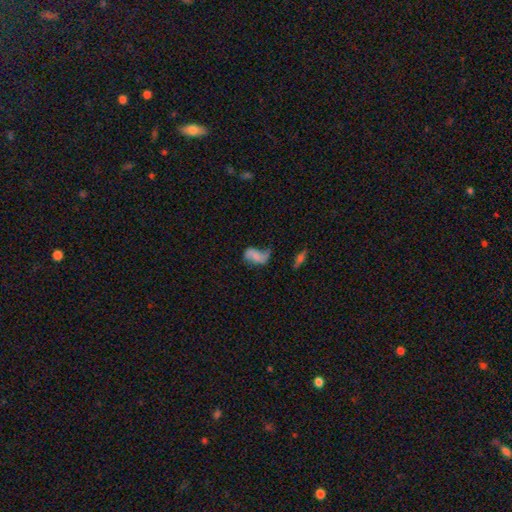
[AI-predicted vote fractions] smooth_or_featured: smooth (p=0.45) [alt: featured or disk p=0.44]
merging: none (p=0.36) [alt: major disturbance p=0.29]